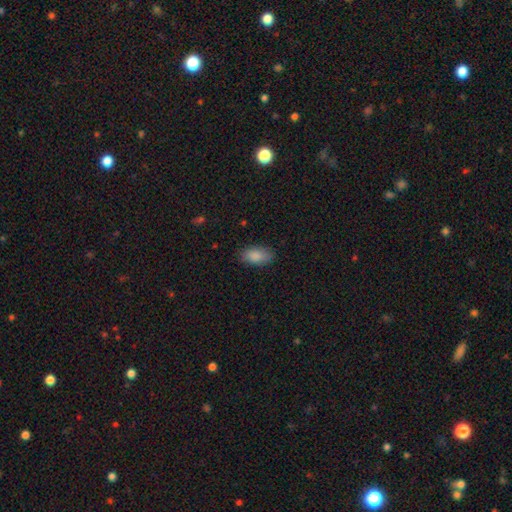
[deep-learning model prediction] Smooth or featured?
  - smooth: 88% *
  - star or artifact: 7%
  - featured or disk: 5%
How rounded?
  - in between: 92% *
  - cigar-shaped: 5%
  - round: 3%
Merging?
  - none: 85% *
  - minor disturbance: 11%
  - major disturbance: 3%
  - merger: 1%